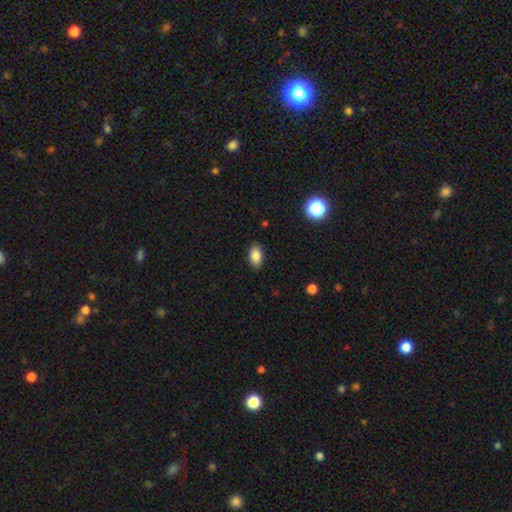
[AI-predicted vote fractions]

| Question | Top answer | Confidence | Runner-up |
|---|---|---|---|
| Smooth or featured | smooth | 86% | star or artifact (9%) |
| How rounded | in between | 91% | round (7%) |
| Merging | none | 88% | minor disturbance (9%) |